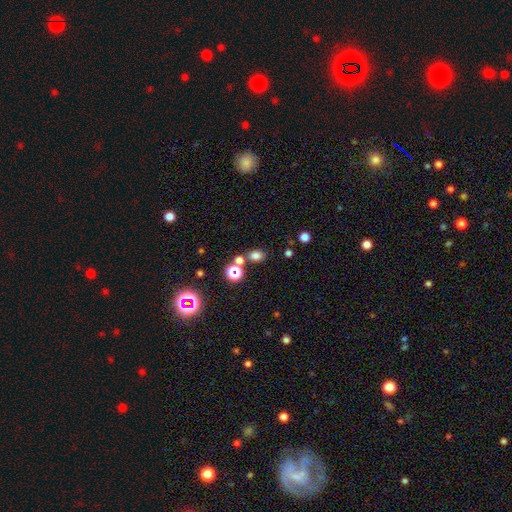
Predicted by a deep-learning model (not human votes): Smooth or featured: smooth — 73% (star or artifact — 21%)
How rounded: in between — 52% (round — 47%)
Merging: none — 72% (merger — 14%)